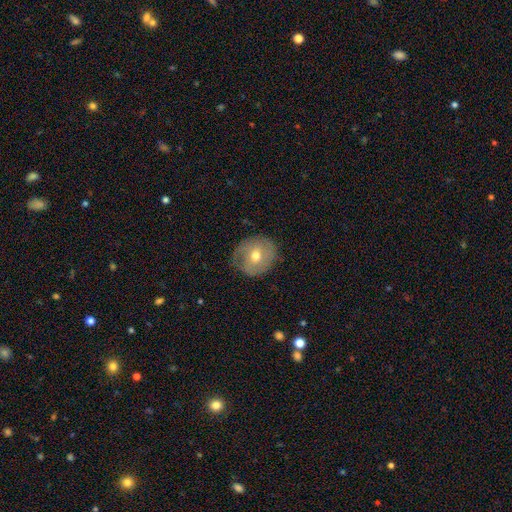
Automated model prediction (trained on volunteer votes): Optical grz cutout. It shows a smooth galaxy with no disk features (50%) that is round (78%). Merging: none (72%).